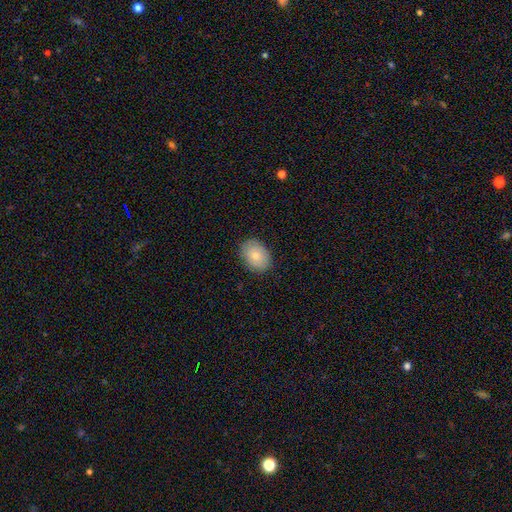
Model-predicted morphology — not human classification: Smooth or featured?
  - smooth: 81% *
  - featured or disk: 12%
  - star or artifact: 7%
How rounded?
  - in between: 76% *
  - round: 23%
  - cigar-shaped: 1%
Merging?
  - none: 85% *
  - minor disturbance: 11%
  - major disturbance: 2%
  - merger: 1%